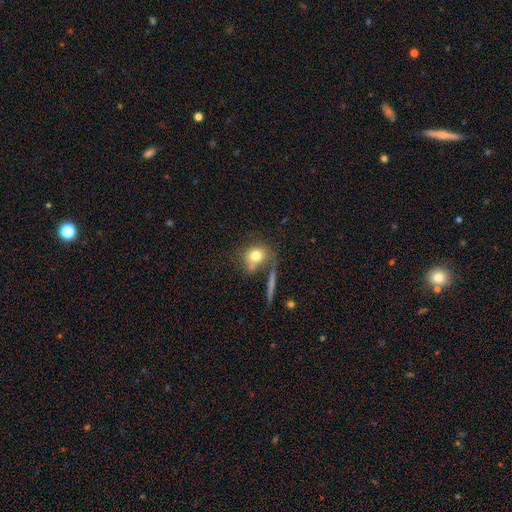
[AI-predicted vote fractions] Smooth or featured: smooth — 76% (featured or disk — 14%)
How rounded: round — 70% (in between — 27%)
Merging: none — 53% (merger — 17%)